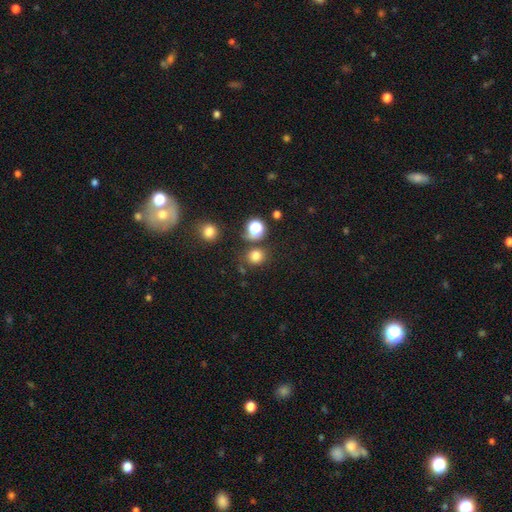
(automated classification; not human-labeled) This appears to be a smooth galaxy with no disk features (77%) that is round (83%). Merging: none (76%).